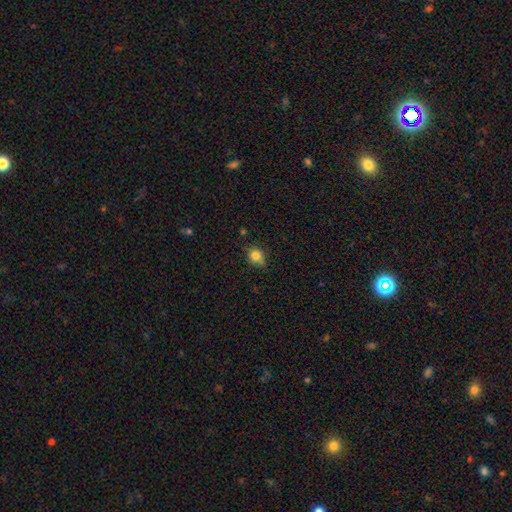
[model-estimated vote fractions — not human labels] This is clearly a smooth galaxy (83%). How rounded: likely round (70%). Merging: likely none (75%).